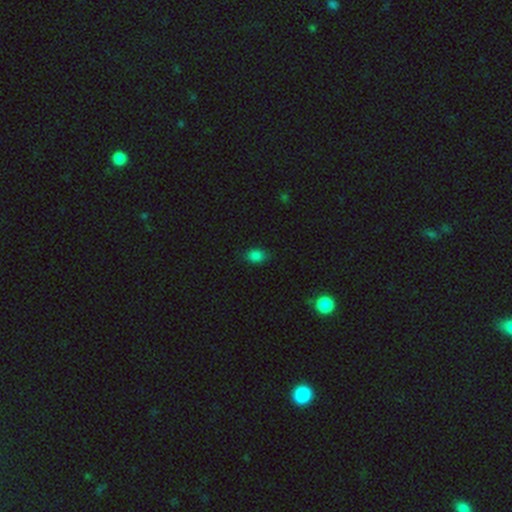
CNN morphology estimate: Q: Smooth or featured?
A: smooth (83%); runner-up: star or artifact (13%)
Q: How rounded?
A: in between (76%); runner-up: round (23%)
Q: Merging?
A: none (81%); runner-up: minor disturbance (15%)